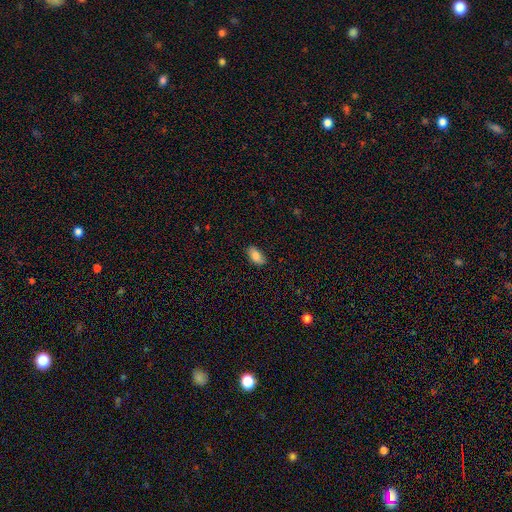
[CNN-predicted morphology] Smooth or featured? Predicted: smooth (p=0.82). How rounded? Predicted: in between (p=0.92). Merging? Predicted: none (p=0.86).